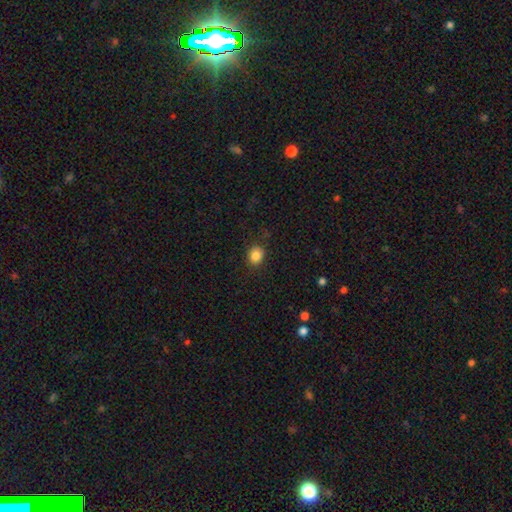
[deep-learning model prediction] smooth_or_featured: smooth (p=0.84) [alt: star or artifact p=0.10]
how_rounded: round (p=0.67) [alt: in between p=0.32]
merging: none (p=0.86) [alt: minor disturbance p=0.10]